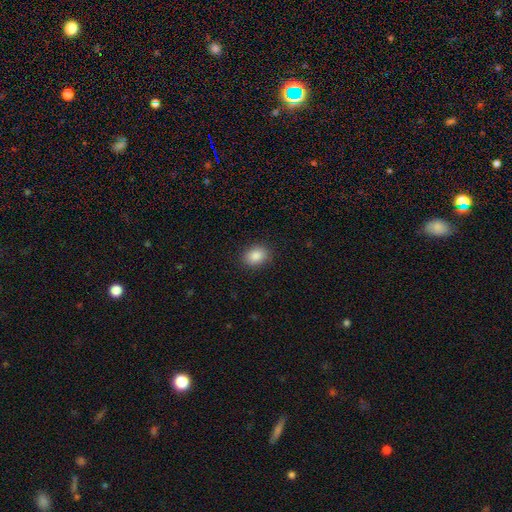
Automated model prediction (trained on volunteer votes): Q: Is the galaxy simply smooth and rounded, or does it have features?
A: smooth — 88%.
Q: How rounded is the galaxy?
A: in between — 69%.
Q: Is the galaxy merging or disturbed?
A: none — 88%.